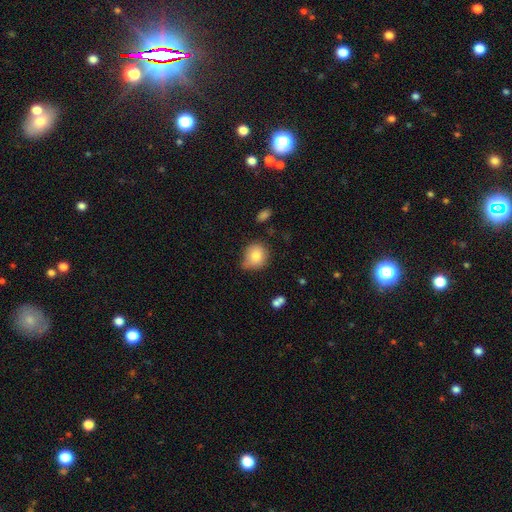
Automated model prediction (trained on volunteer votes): Morphology: type=smooth (82%); roundness=round (78%); merging=none (59%).